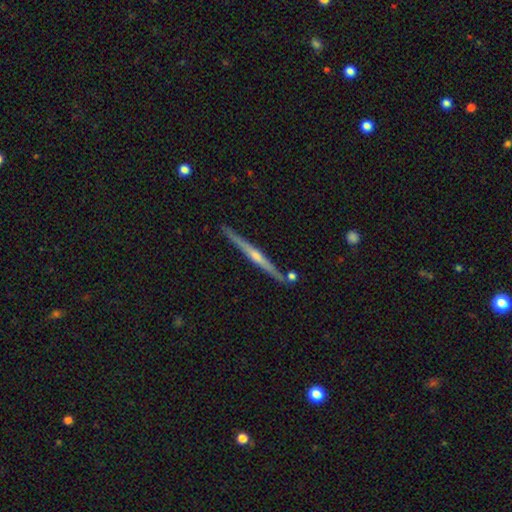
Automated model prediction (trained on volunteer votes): Smooth or featured? featured or disk (82%)
Edge-on disk? yes (98%)
Edge-on bulge? rounded (81%)
Merging? none (89%)